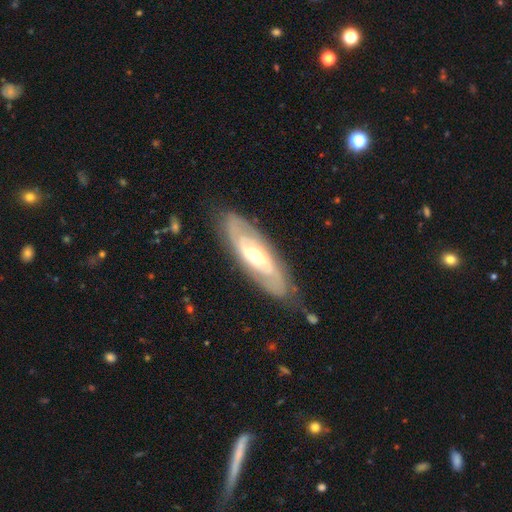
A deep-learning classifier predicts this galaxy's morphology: The model was most divided on "bar": no: 54%, weak: 33%, strong: 13%. More confident: spiral arms — yes (87%); edge-on disk — no (84%); merging — none (80%); smooth or featured — featured or disk (79%); bulge size — moderate (60%); spiral winding — tight (57%); spiral arm count — 2 (56%).